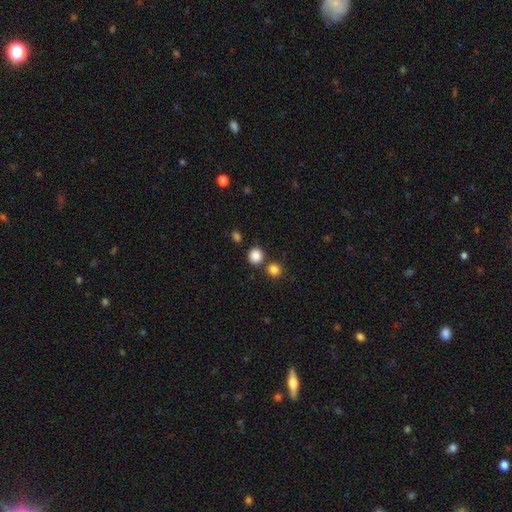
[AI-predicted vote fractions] Overall: smooth (86%). How rounded: round (83%). Merging: none (78%).